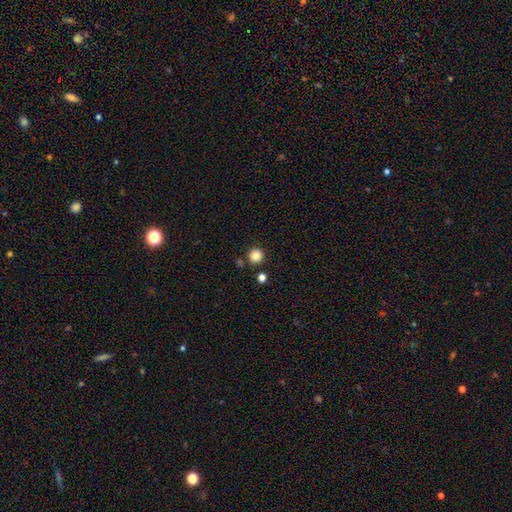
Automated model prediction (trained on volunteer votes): A smooth galaxy with no disk features (85%) that is round (95%). Merging: none (86%).